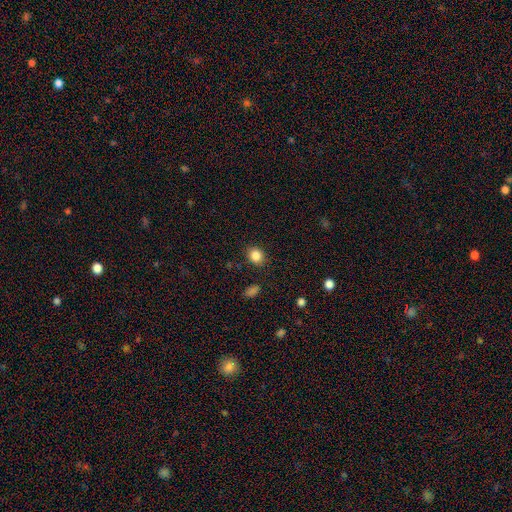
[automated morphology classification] Smooth or featured? Predicted: smooth (p=0.85). How rounded? Predicted: round (p=0.64). Merging? Predicted: none (p=0.87).